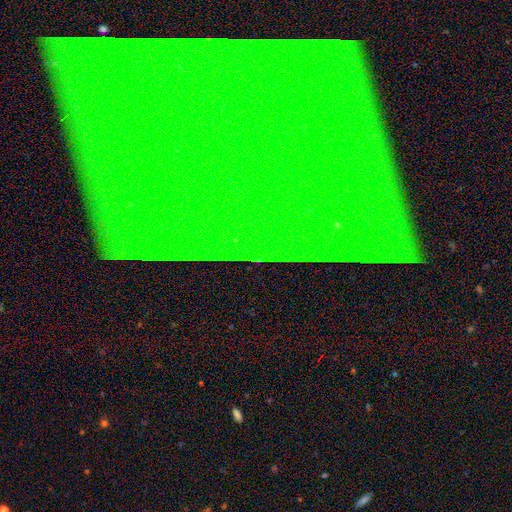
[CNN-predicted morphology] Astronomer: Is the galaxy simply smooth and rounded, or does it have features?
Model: star or artifact — 85%.